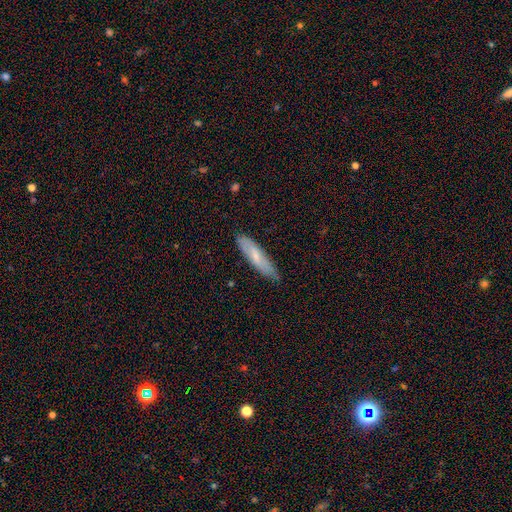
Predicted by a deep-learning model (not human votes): Q: Smooth or featured?
A: smooth (66%); runner-up: featured or disk (28%)
Q: How rounded?
A: cigar-shaped (73%); runner-up: in between (26%)
Q: Merging?
A: none (78%); runner-up: minor disturbance (18%)